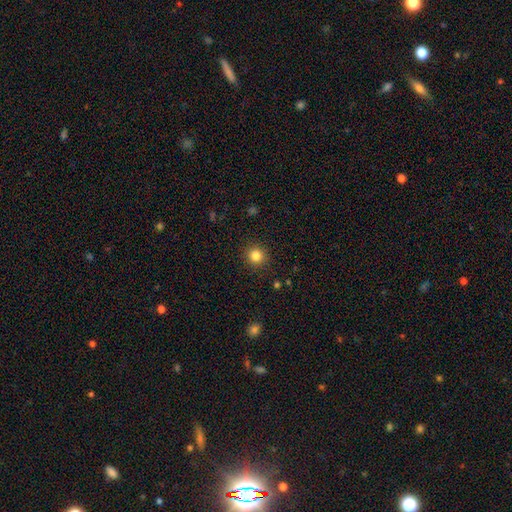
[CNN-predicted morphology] type=smooth (83%); roundness=round (94%); merging=none (91%).